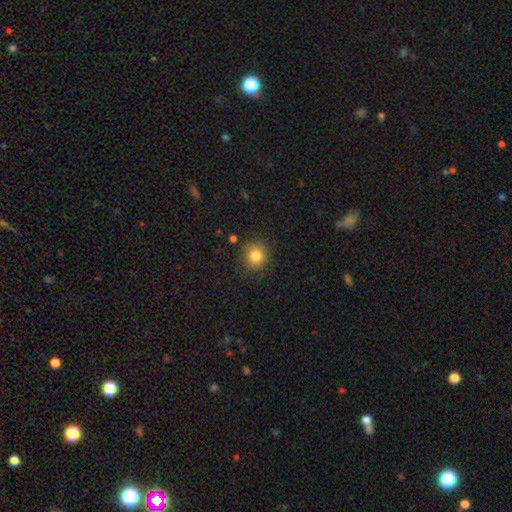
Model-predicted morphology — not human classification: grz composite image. It shows a smooth galaxy with no disk features (82%) that is round (86%). Merging: none (85%).